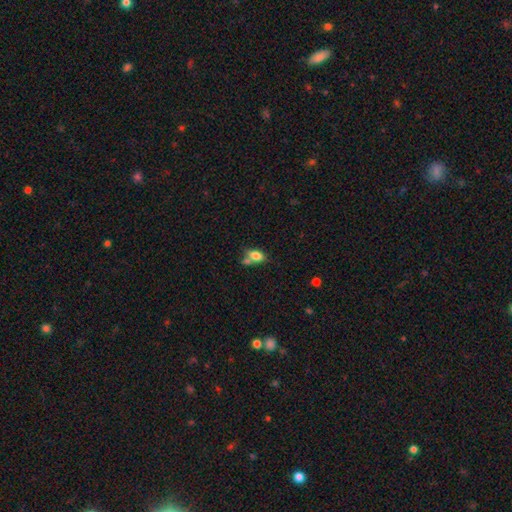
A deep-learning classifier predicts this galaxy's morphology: This appears to be a smooth galaxy with no disk features (78%) that is in between round and cigar-shaped (85%). Merging: none (47%).